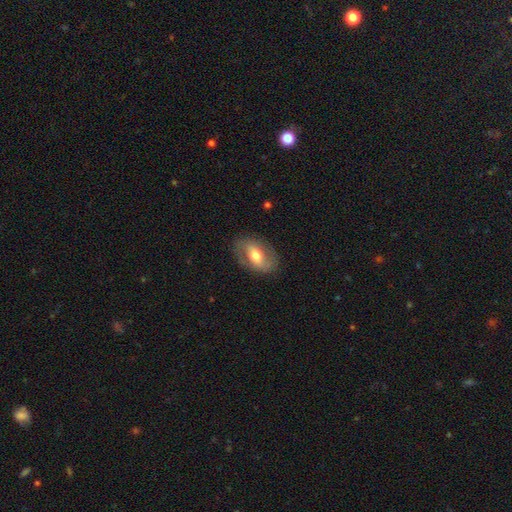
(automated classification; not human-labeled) Morphology: type=featured or disk (52%); edge-on=no (92%); merging=none (80%).